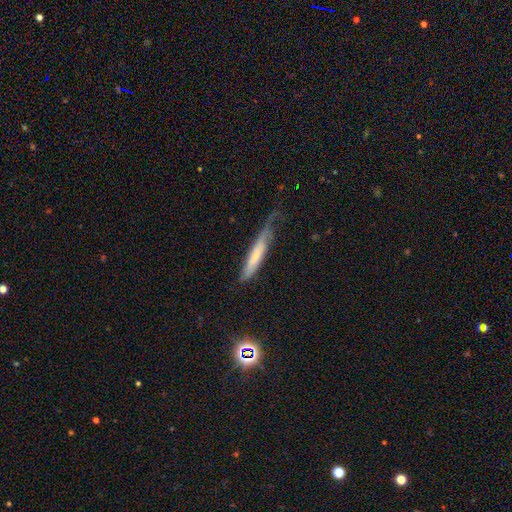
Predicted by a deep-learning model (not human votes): The model was most divided on "merging": none: 44%, minor disturbance: 35%, major disturbance: 19%, merger: 2%. More confident: how rounded — cigar-shaped (88%); smooth or featured — smooth (53%).